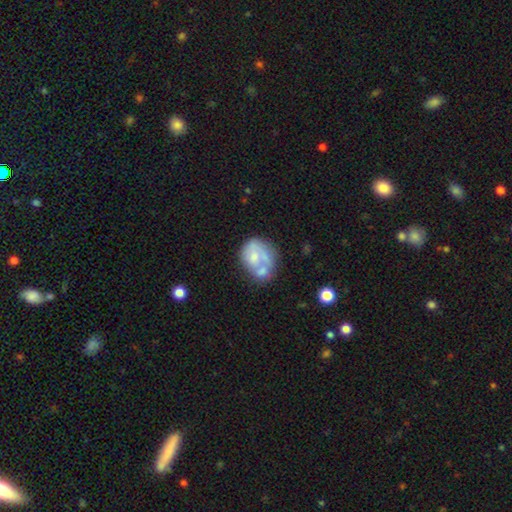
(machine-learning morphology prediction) A featured or disk galaxy (49%). Merging: merger (33%).